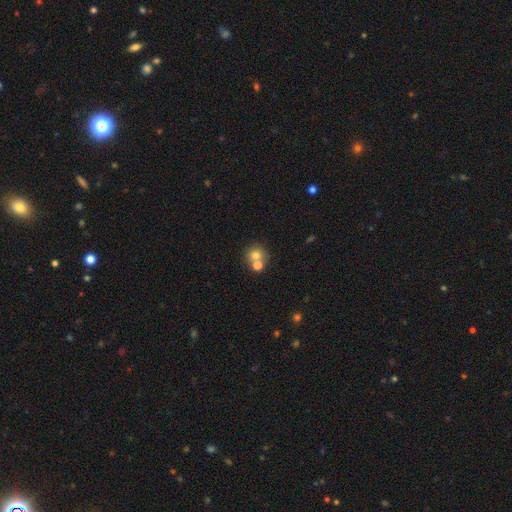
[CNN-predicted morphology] The model was most divided on "merging": none: 49%, merger: 40%, minor disturbance: 7%, major disturbance: 3%. More confident: how rounded — round (86%); smooth or featured — smooth (73%).